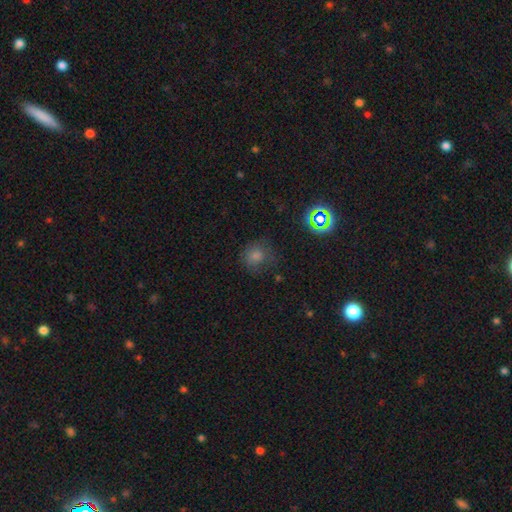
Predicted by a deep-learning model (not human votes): smooth-or-featured: smooth: 60% | star or artifact: 29% | featured or disk: 12%
  how-rounded: round: 86% | in between: 13% | cigar-shaped: 1%
  merging: none: 71% | minor disturbance: 19% | major disturbance: 8% | merger: 2%